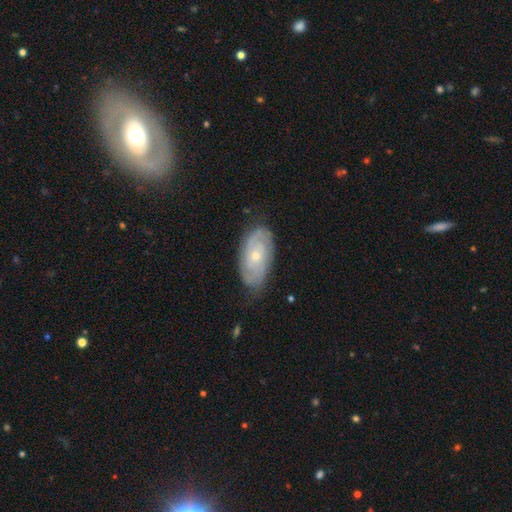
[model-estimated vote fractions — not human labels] Smooth or featured? featured or disk (73%)
Edge-on disk? no (94%)
Bar? no (76%)
Spiral arms? yes (89%)
Spiral winding? tight (65%)
Spiral arm count? can't tell (38%)
Bulge size? small (61%)
Merging? none (76%)